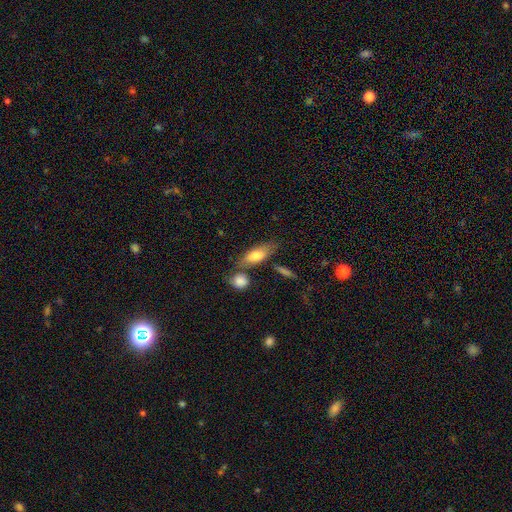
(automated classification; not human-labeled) smooth_or_featured: smooth (p=0.74) [alt: featured or disk p=0.19]
how_rounded: in between (p=0.75) [alt: cigar-shaped p=0.21]
merging: none (p=0.61) [alt: minor disturbance p=0.18]